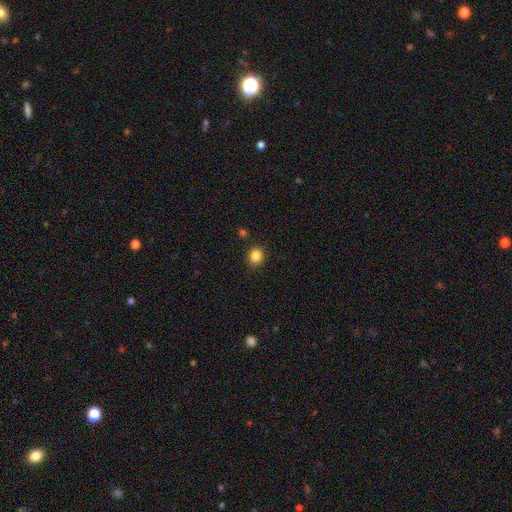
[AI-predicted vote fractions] Smooth or featured? smooth (85%)
How rounded? round (74%)
Merging? none (88%)